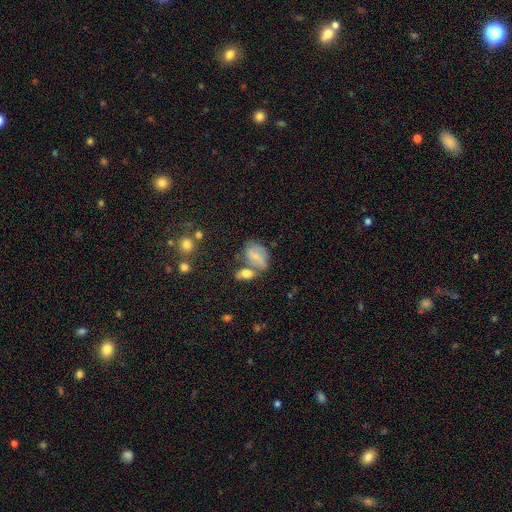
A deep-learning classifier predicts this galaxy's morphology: Smooth or featured: smooth — 46% (featured or disk — 44%)
Merging: none — 39% (merger — 34%)